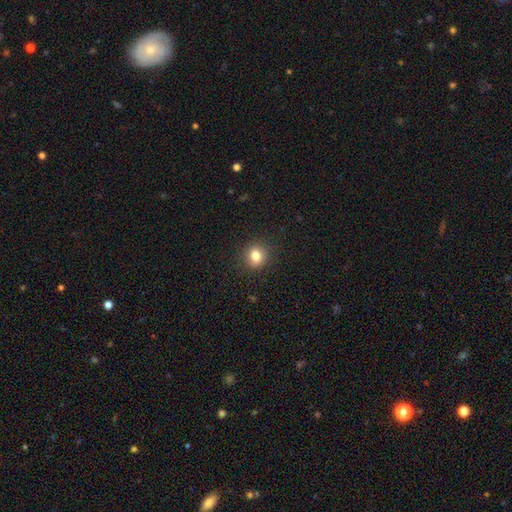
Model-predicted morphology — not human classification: The model was most divided on "how rounded": round: 76%, in between: 23%, cigar-shaped: 1%. More confident: merging — none (89%); smooth or featured — smooth (81%).